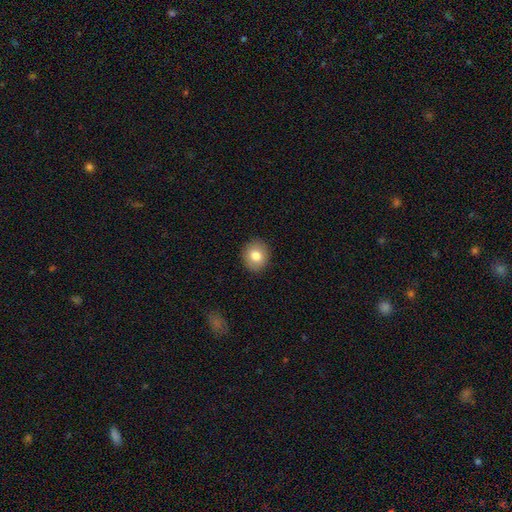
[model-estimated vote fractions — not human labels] A smooth galaxy with no disk features (81%) that is round (80%).

Vote fractions:
- Smooth or featured? smooth: 81% / featured or disk: 11% / star or artifact: 9%
- How rounded? round: 80% / in between: 19% / cigar-shaped: 1%
- Merging? none: 91% / minor disturbance: 7% / major disturbance: 2% / merger: 1%